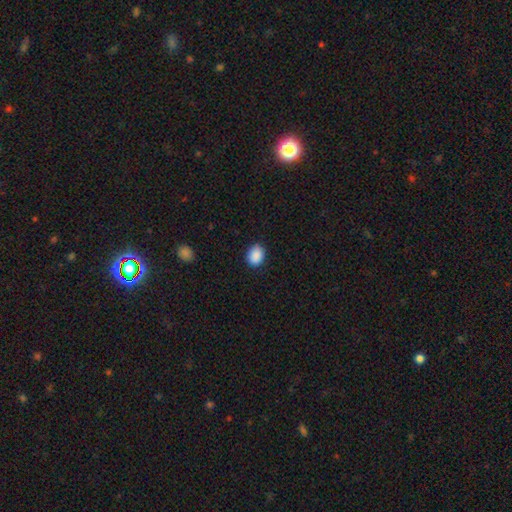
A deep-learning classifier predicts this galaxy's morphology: A smooth galaxy with no disk features (89%) that is round (54%). Merging: none (86%).